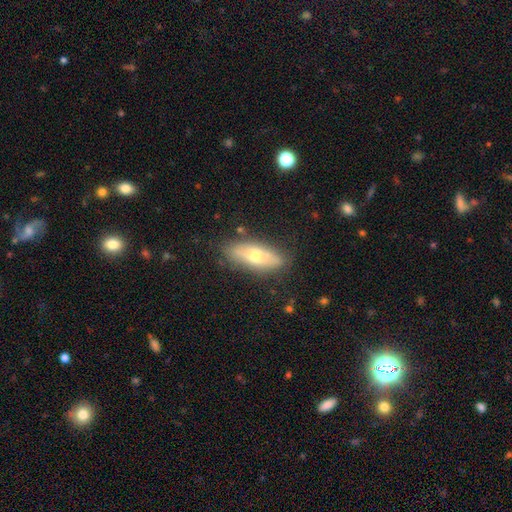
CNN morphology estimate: Smooth or featured? Predicted: smooth (p=0.55). How rounded? Predicted: in between (p=0.69). Merging? Predicted: none (p=0.81).